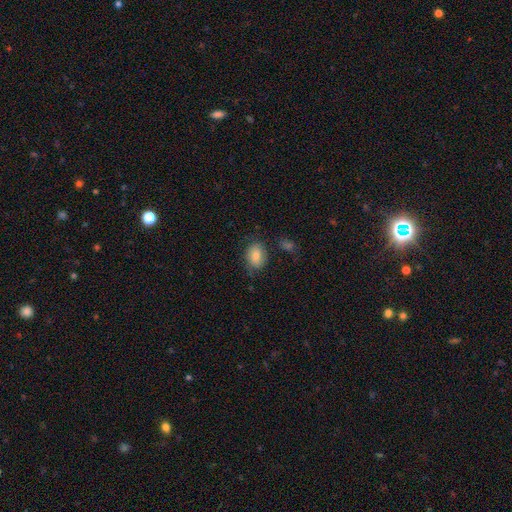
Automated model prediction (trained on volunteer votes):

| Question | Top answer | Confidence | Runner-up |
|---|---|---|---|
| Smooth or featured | smooth | 77% | featured or disk (15%) |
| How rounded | in between | 77% | round (21%) |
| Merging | none | 70% | minor disturbance (21%) |